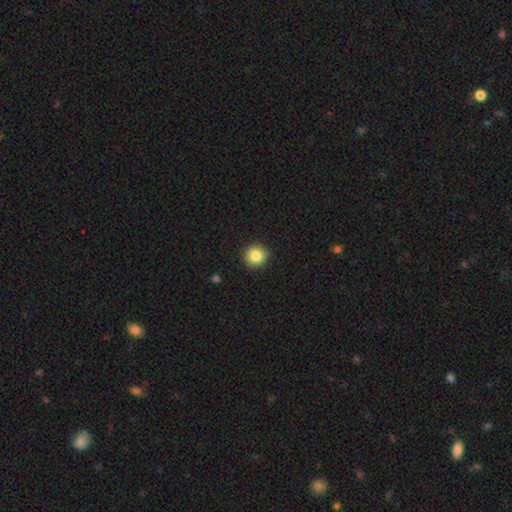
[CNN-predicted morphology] type=smooth (84%); roundness=round (94%); merging=none (91%).